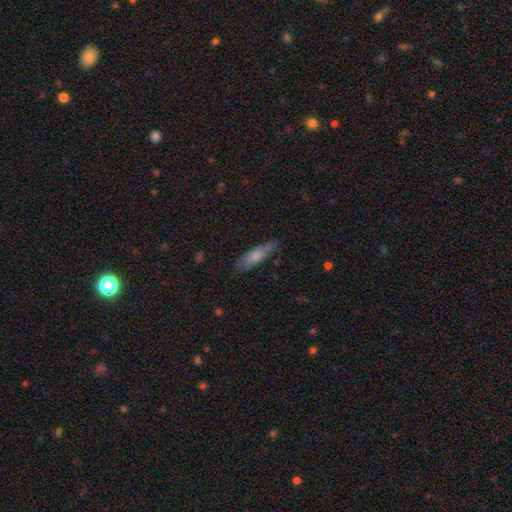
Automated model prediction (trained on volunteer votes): Smooth or featured: smooth — 71% (featured or disk — 23%)
How rounded: cigar-shaped — 59% (in between — 39%)
Merging: none — 77% (minor disturbance — 18%)